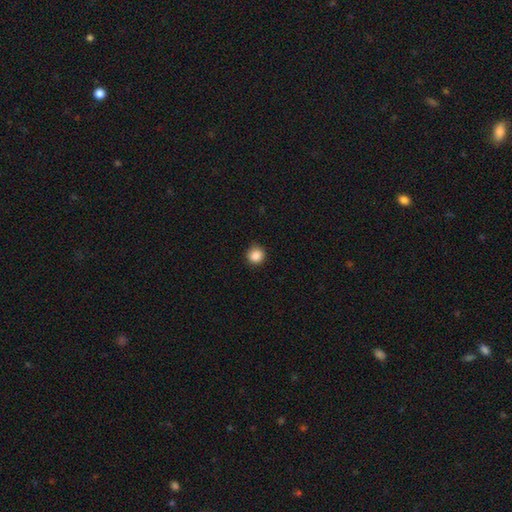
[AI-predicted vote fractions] Morphology: type=smooth (87%); roundness=round (93%); merging=none (88%).